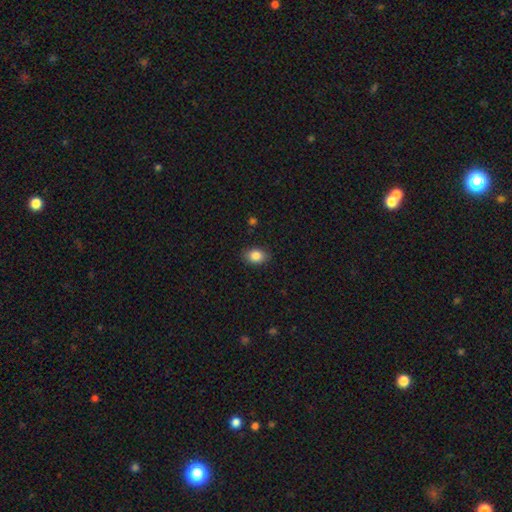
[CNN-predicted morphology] A smooth galaxy with no disk features (86%) that is in between round and cigar-shaped (71%). Merging: none (86%).